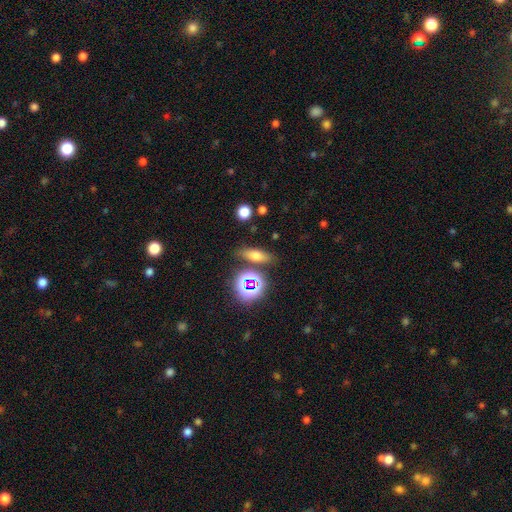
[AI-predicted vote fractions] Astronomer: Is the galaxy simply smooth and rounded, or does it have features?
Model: smooth — 60%.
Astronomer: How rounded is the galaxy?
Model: in between — 51% (runner-up: cigar-shaped, 36%).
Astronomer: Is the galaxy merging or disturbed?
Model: none — 78%.